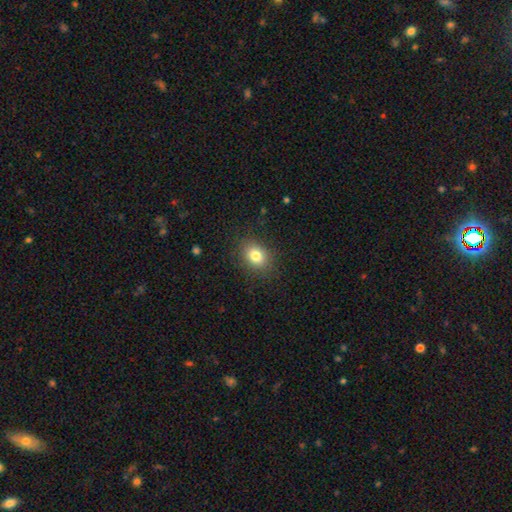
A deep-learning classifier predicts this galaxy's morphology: Smooth or featured? Predicted: smooth (p=0.81). How rounded? Predicted: in between (p=0.65). Merging? Predicted: none (p=0.86).